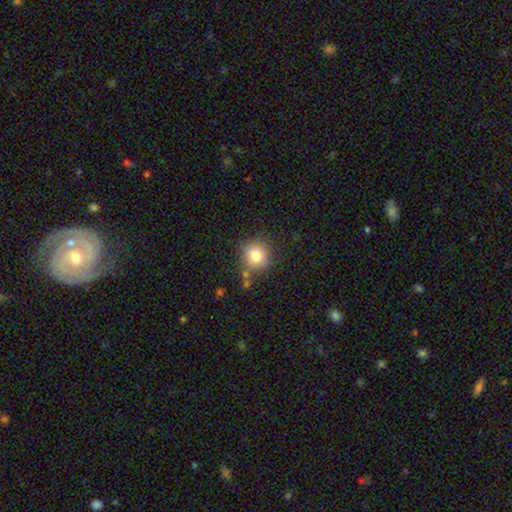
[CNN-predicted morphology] smooth 82%, star or artifact 11%, featured or disk 8%. Down the decision tree: how rounded — round (89%); merging — none (76%).